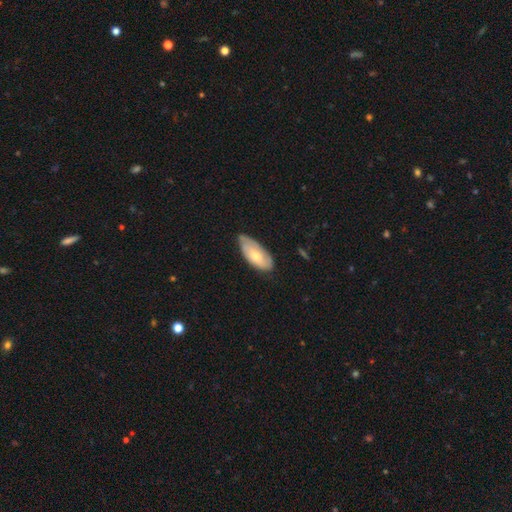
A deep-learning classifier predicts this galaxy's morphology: This is possibly a smooth galaxy (60%). How rounded: clearly in between (88%). Merging: possibly none (52%).